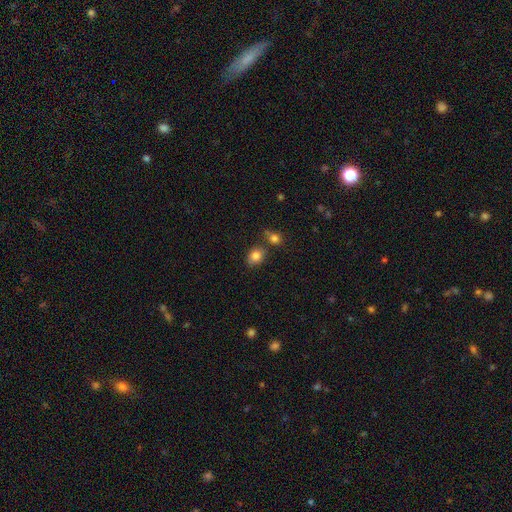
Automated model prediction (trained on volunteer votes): Overall: smooth (83%). How rounded: in between (54%; round 45%). Merging: none (71%).